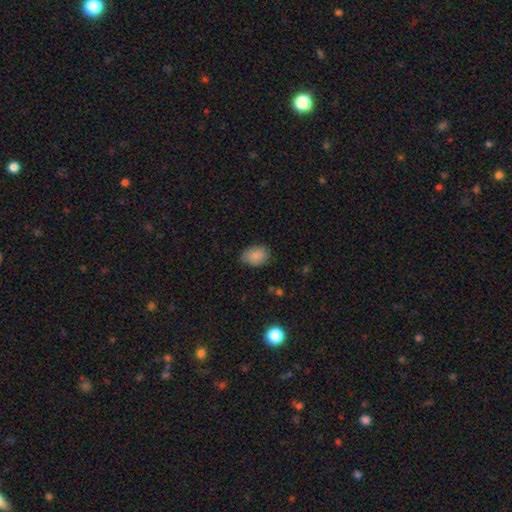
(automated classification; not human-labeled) Overall: smooth (85%). How rounded: in between (74%). Merging: none (71%).